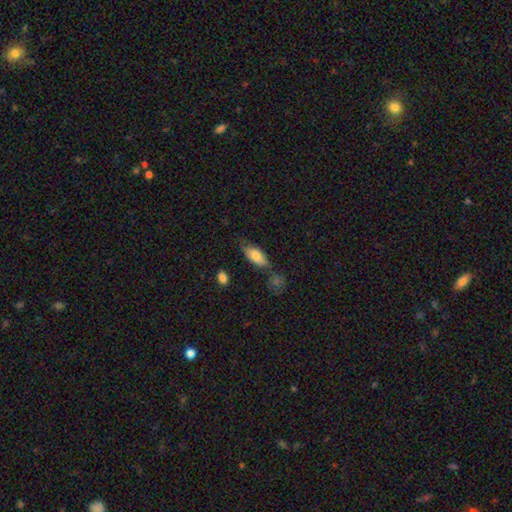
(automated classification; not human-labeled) Morphology: type=smooth (76%); roundness=in between (81%); merging=none (62%).